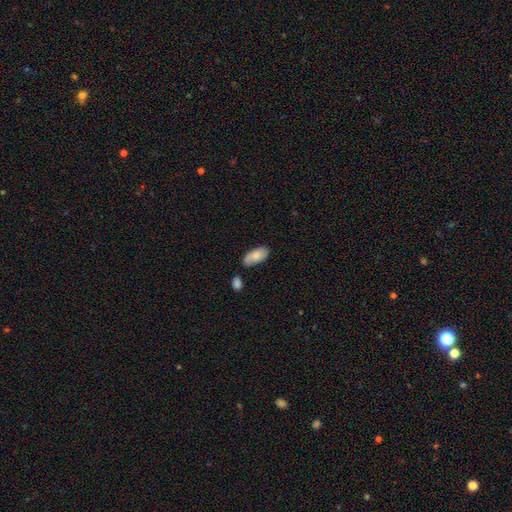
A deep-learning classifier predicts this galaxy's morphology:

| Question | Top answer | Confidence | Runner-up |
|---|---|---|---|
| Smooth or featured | smooth | 77% | featured or disk (17%) |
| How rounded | in between | 93% | cigar-shaped (5%) |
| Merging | none | 65% | minor disturbance (23%) |